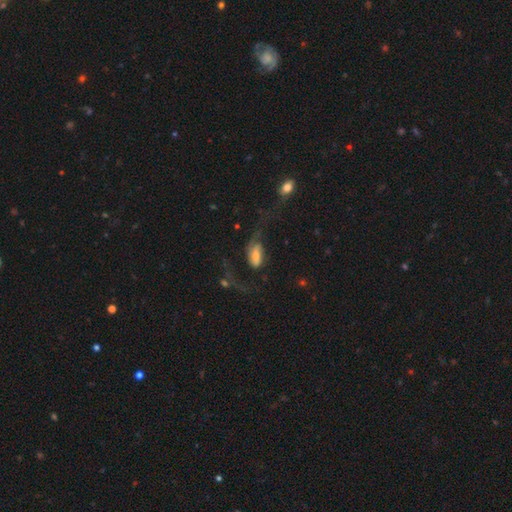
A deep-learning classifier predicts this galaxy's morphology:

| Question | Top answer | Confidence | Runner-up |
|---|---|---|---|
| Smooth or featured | featured or disk | 60% | smooth (32%) |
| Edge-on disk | no | 91% | yes (9%) |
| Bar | no | 37% | weak (36%) |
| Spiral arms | yes | 80% | no (20%) |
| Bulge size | moderate | 48% | small (35%) |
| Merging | major disturbance | 43% | none (34%) |